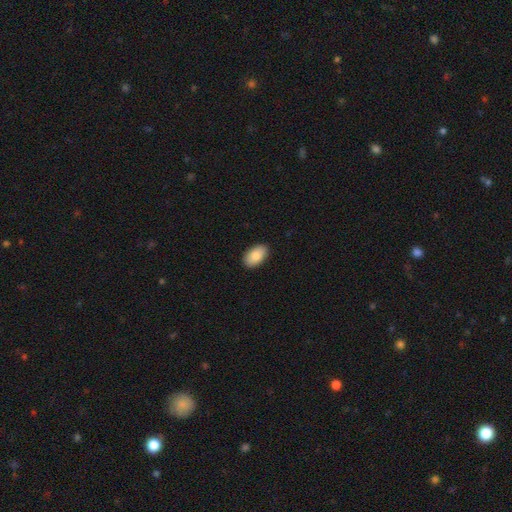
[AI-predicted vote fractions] The model was most divided on "smooth or featured": smooth: 87%, featured or disk: 7%, star or artifact: 6%. More confident: how rounded — in between (94%); merging — none (89%).